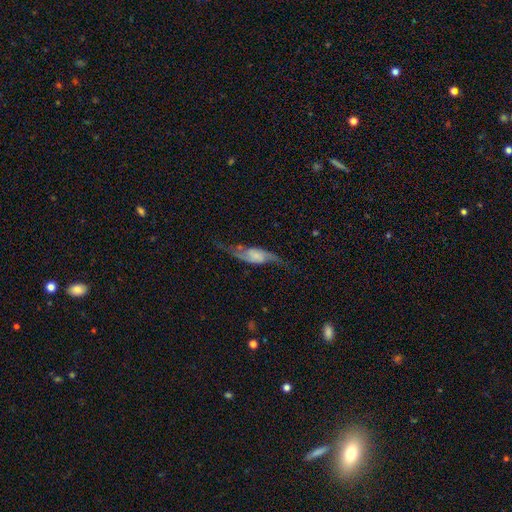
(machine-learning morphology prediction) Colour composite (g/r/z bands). It shows a featured or disk galaxy (76%) with no bar (54%), 2 (92%) loose (74%) spiral arms (93%) and no central bulge (38%). Merging: none (62%).